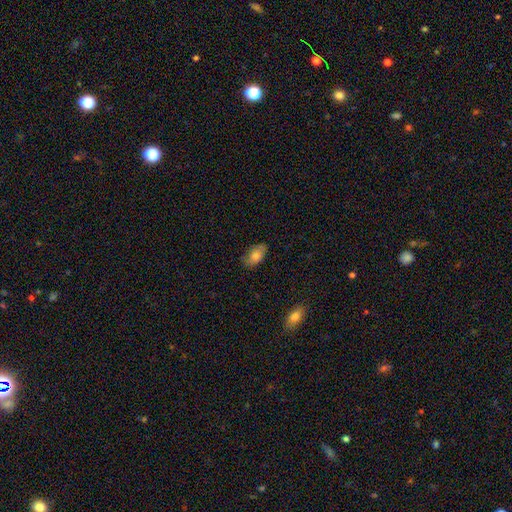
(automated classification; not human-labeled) Overall: smooth (76%). How rounded: in between (91%). Merging: none (77%).